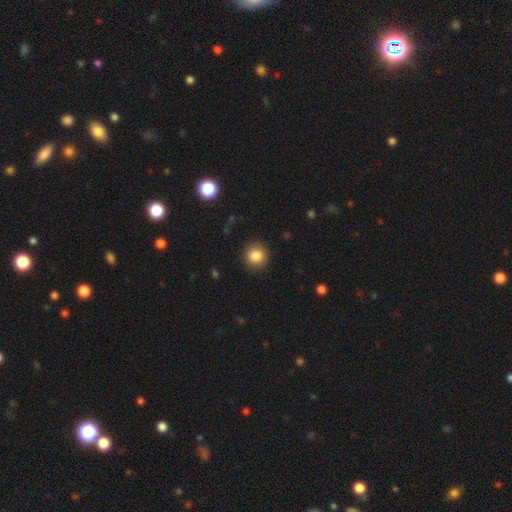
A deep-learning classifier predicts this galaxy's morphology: type=smooth (85%); roundness=round (92%); merging=none (90%).